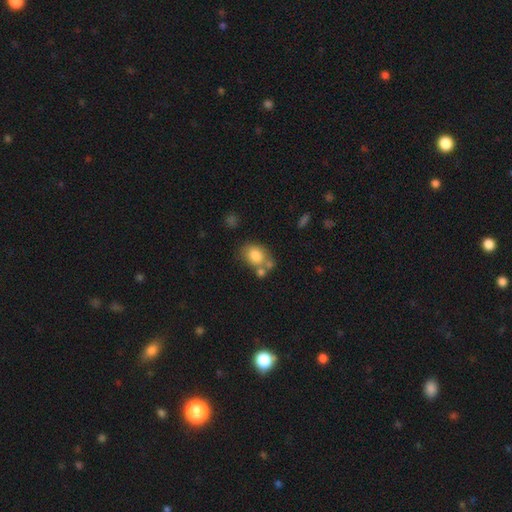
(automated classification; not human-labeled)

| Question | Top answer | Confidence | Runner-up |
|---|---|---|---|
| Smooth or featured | smooth | 79% | featured or disk (12%) |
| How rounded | in between | 64% | round (35%) |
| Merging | none | 53% | merger (25%) |